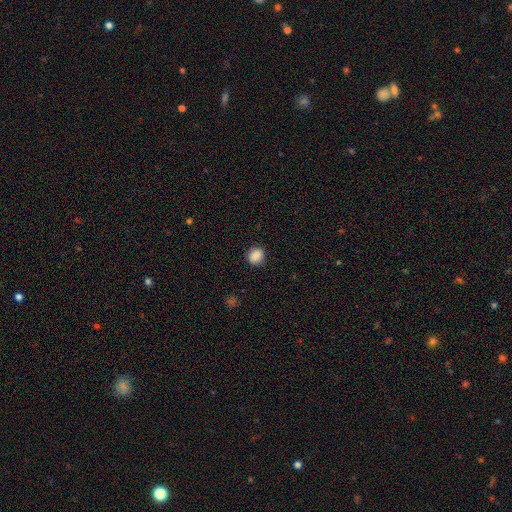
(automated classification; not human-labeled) Smooth or featured? Predicted: smooth (p=0.88). How rounded? Predicted: round (p=0.78). Merging? Predicted: none (p=0.89).